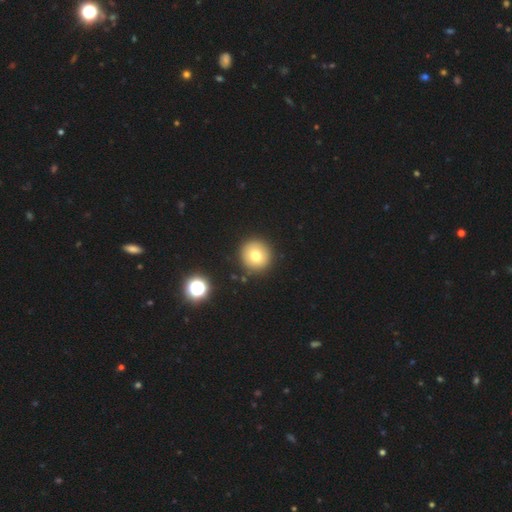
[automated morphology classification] The model was most divided on "smooth or featured": smooth: 75%, featured or disk: 13%, star or artifact: 12%. More confident: how rounded — round (94%); merging — none (90%).